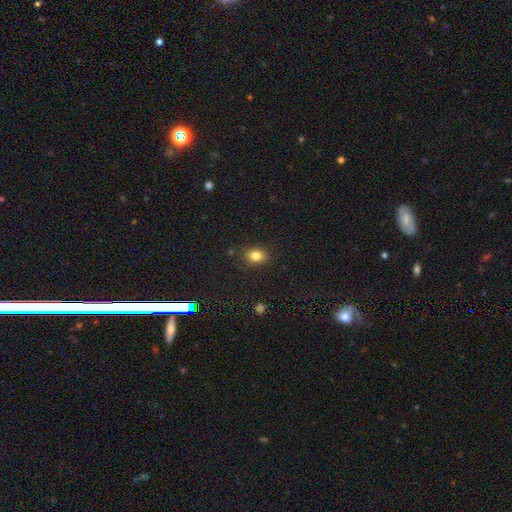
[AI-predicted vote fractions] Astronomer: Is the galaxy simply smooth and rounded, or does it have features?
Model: smooth — 82%.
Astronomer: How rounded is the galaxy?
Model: in between — 59% (runner-up: round, 40%).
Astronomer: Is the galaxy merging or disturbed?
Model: none — 86%.